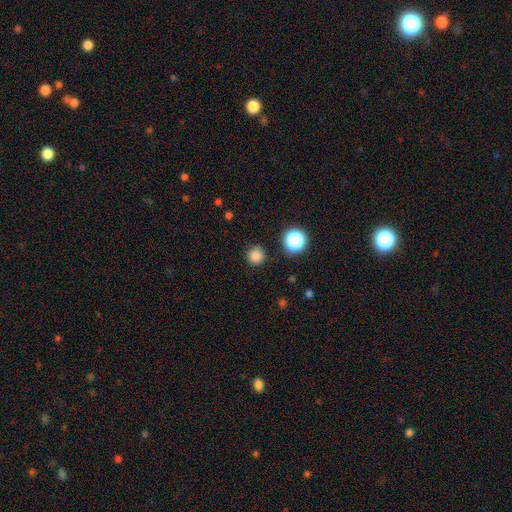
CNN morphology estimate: Q: Smooth or featured?
A: smooth (82%); runner-up: star or artifact (14%)
Q: How rounded?
A: round (94%); runner-up: in between (5%)
Q: Merging?
A: none (87%); runner-up: minor disturbance (8%)